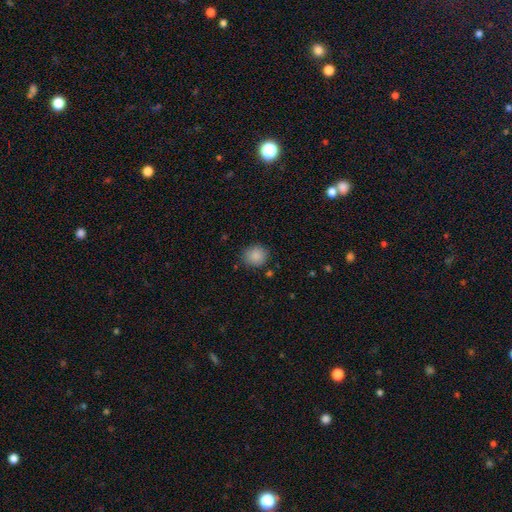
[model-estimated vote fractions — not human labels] smooth-or-featured: smooth: 87% | star or artifact: 9% | featured or disk: 4%
  how-rounded: round: 82% | in between: 17% | cigar-shaped: 1%
  merging: none: 84% | minor disturbance: 11% | major disturbance: 3% | merger: 2%